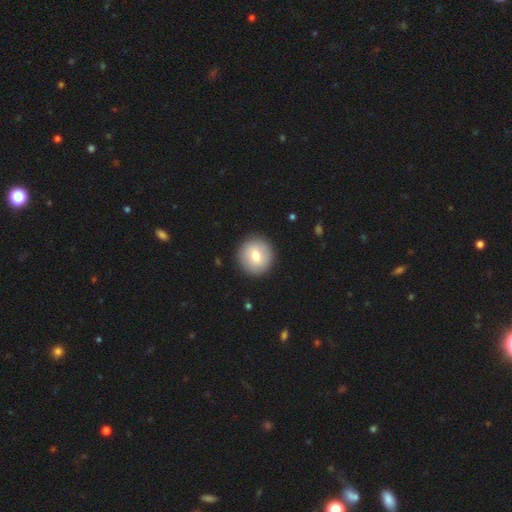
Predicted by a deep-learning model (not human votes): This appears to be a smooth galaxy with no disk features (73%) that is round (93%). Merging: none (91%).